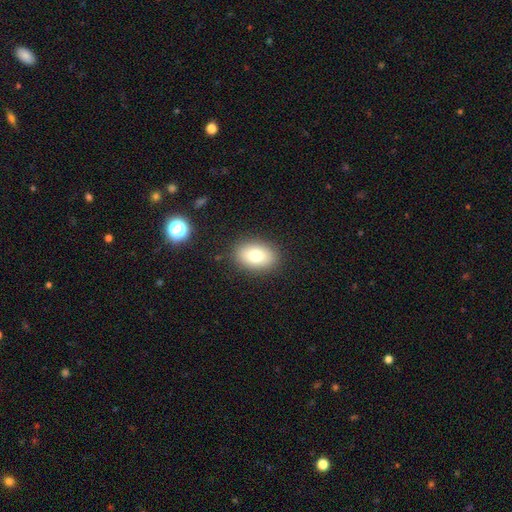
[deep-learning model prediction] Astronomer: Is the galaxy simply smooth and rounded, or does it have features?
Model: smooth — 77%.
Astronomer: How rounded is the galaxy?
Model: in between — 81%.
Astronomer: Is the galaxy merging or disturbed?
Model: none — 87%.